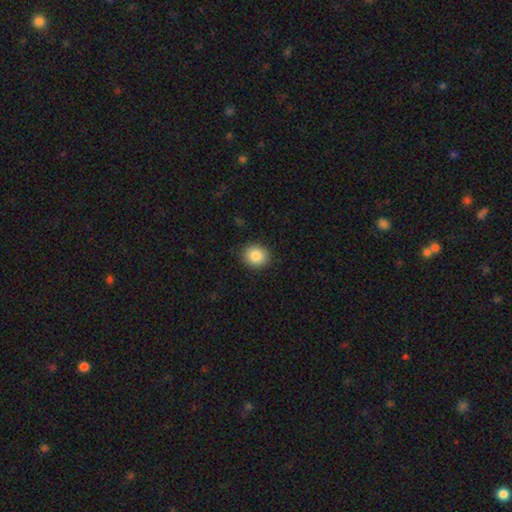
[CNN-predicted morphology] Smooth or featured: smooth — 86% (star or artifact — 9%)
How rounded: round — 72% (in between — 27%)
Merging: none — 89% (minor disturbance — 8%)